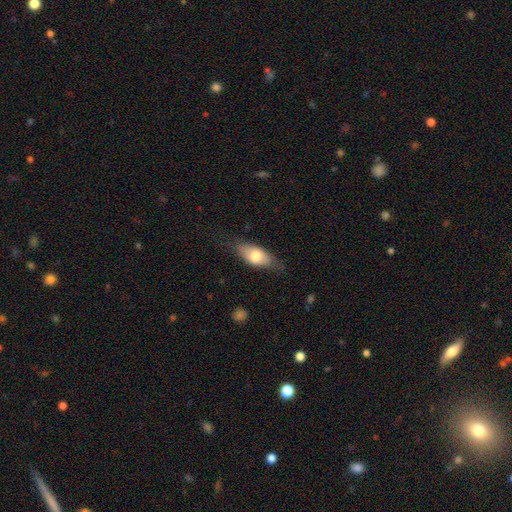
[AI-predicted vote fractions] Overall: smooth (68%). How rounded: in between (85%). Merging: none (68%).